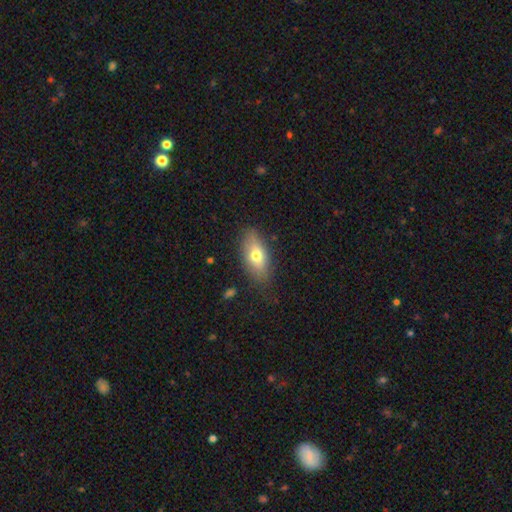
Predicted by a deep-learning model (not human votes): Overall: smooth (68%). How rounded: in between (83%). Merging: none (79%).